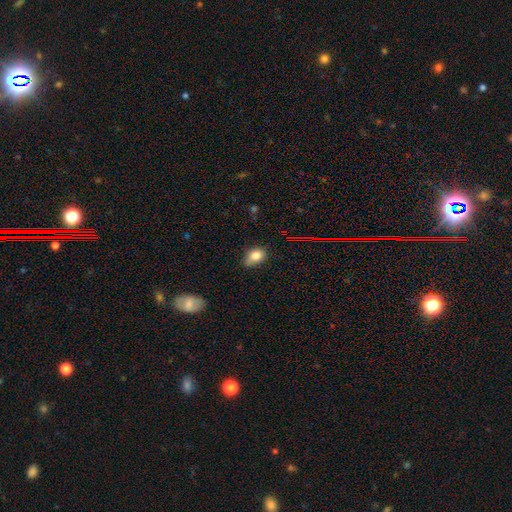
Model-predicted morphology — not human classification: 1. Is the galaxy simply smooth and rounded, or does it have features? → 81% smooth, 11% star or artifact, 8% featured or disk.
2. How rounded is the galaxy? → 76% in between, 22% round, 2% cigar-shaped.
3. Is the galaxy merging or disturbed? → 61% none, 31% minor disturbance, 6% major disturbance, 2% merger.